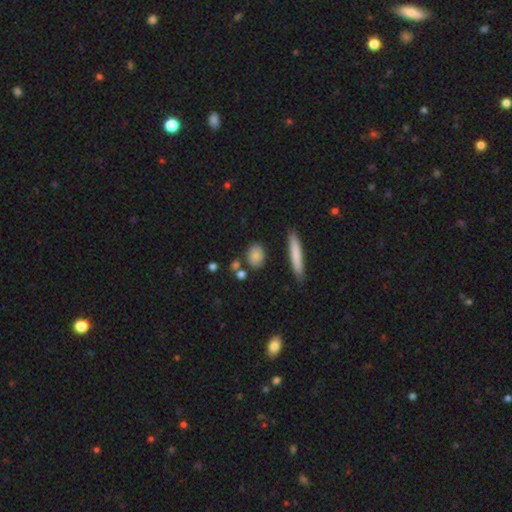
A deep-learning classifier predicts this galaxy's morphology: Smooth or featured: smooth — 78% (featured or disk — 13%)
How rounded: in between — 48% (round — 41%)
Merging: none — 77% (minor disturbance — 12%)